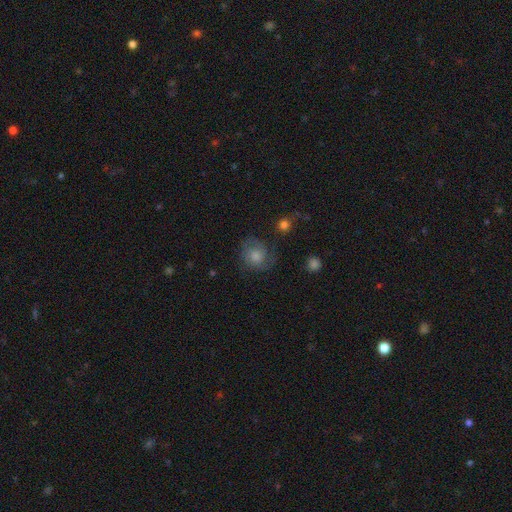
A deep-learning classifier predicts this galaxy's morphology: This is possibly a smooth galaxy (47%). Merging: likely none (64%).